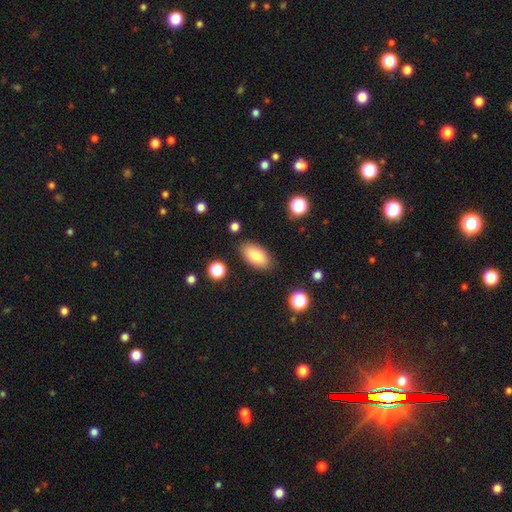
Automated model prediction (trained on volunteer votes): Smooth or featured? Predicted: smooth (p=0.80). How rounded? Predicted: in between (p=0.92). Merging? Predicted: none (p=0.85).